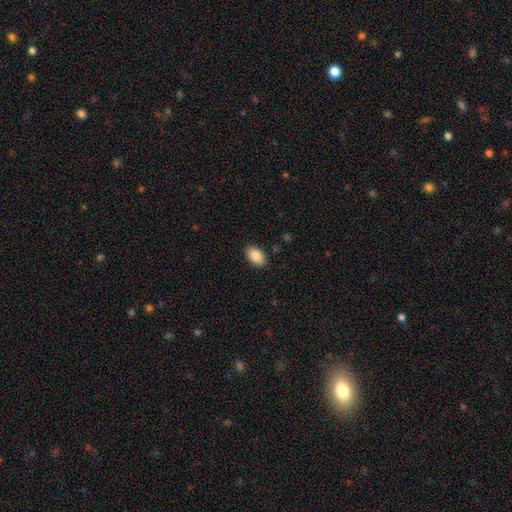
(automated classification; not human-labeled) Smooth or featured: smooth — 89% (star or artifact — 7%)
How rounded: in between — 92% (round — 7%)
Merging: none — 88% (minor disturbance — 8%)